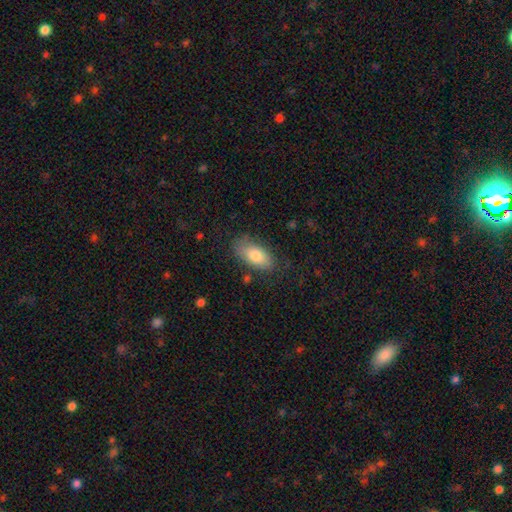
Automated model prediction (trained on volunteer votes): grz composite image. It shows a smooth galaxy with no disk features (79%) that is in between round and cigar-shaped (90%). Merging: none (79%).